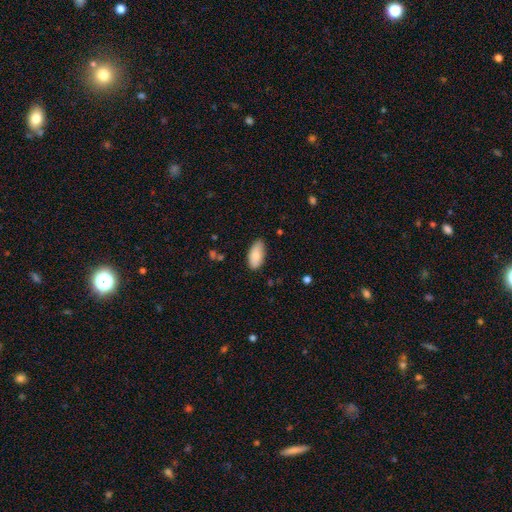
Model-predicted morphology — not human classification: Smooth or featured: smooth — 87% (featured or disk — 7%)
How rounded: in between — 93% (cigar-shaped — 5%)
Merging: none — 75% (minor disturbance — 20%)